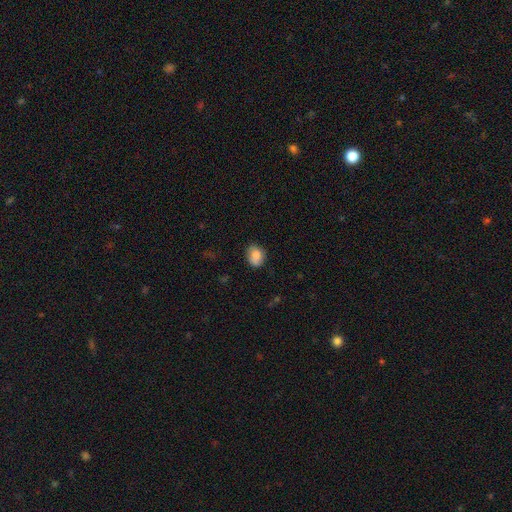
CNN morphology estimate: smooth 81%, featured or disk 11%, star or artifact 8%. Down the decision tree: how rounded — in between (50%); merging — none (74%).